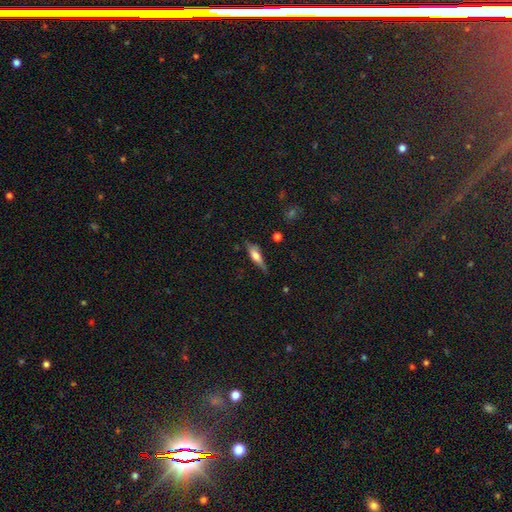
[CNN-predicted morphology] Q: Smooth or featured?
A: smooth (55%); runner-up: featured or disk (38%)
Q: How rounded?
A: cigar-shaped (60%); runner-up: in between (38%)
Q: Merging?
A: none (64%); runner-up: minor disturbance (27%)